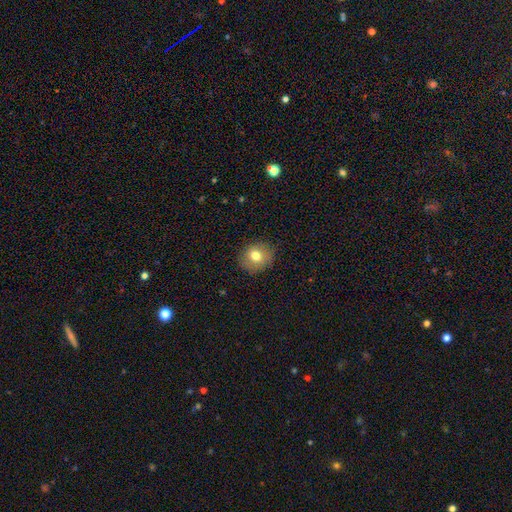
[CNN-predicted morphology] The model was most divided on "how rounded": round: 74%, in between: 25%, cigar-shaped: 1%. More confident: merging — none (86%); smooth or featured — smooth (76%).